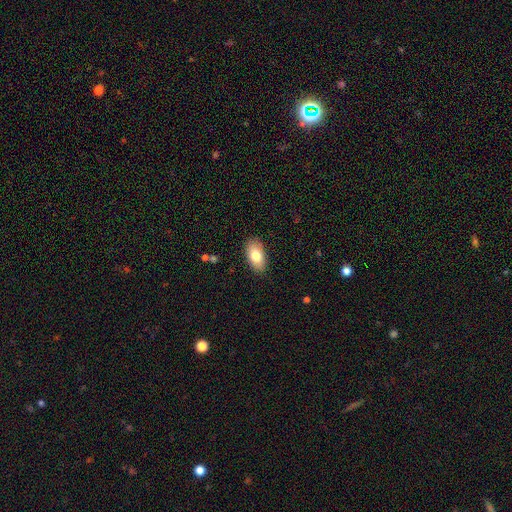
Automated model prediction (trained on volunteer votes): Smooth or featured?
  - smooth: 81% *
  - featured or disk: 13%
  - star or artifact: 7%
How rounded?
  - in between: 94% *
  - round: 4%
  - cigar-shaped: 3%
Merging?
  - none: 88% *
  - minor disturbance: 9%
  - major disturbance: 2%
  - merger: 1%